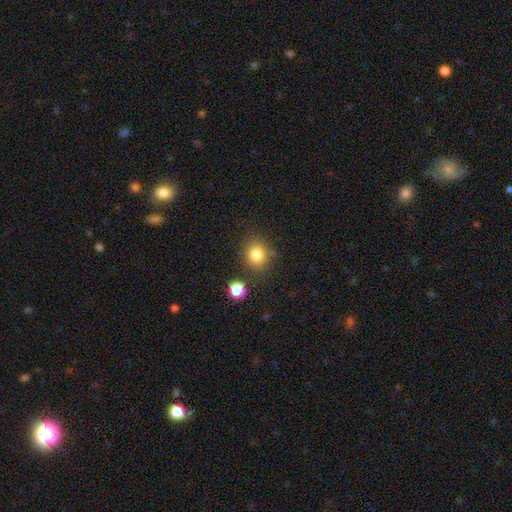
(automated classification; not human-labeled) Morphology: type=smooth (82%); roundness=round (73%); merging=none (79%).